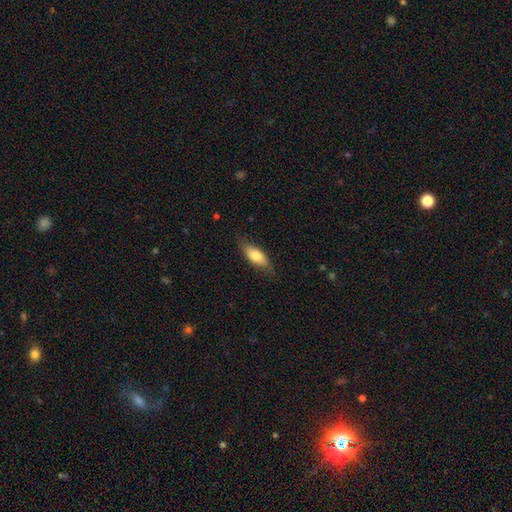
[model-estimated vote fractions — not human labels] Q: Smooth or featured?
A: smooth (76%); runner-up: featured or disk (18%)
Q: How rounded?
A: in between (77%); runner-up: cigar-shaped (20%)
Q: Merging?
A: none (75%); runner-up: minor disturbance (20%)